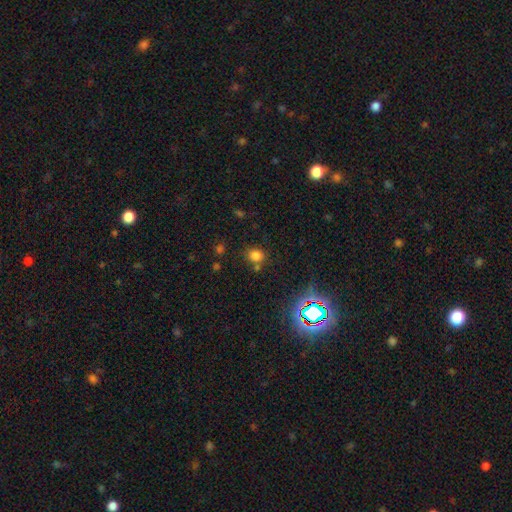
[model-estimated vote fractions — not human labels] Smooth or featured?
  - smooth: 77% *
  - star or artifact: 17%
  - featured or disk: 6%
How rounded?
  - round: 74% *
  - in between: 25%
  - cigar-shaped: 1%
Merging?
  - none: 72% *
  - minor disturbance: 12%
  - merger: 11%
  - major disturbance: 4%